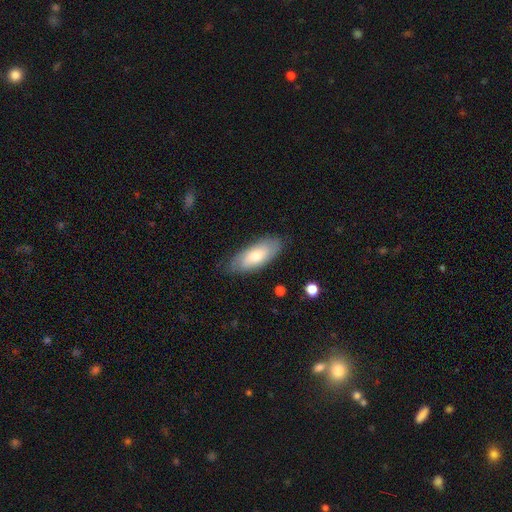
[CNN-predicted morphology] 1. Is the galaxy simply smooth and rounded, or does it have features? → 64% smooth, 30% featured or disk, 6% star or artifact.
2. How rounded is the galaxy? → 81% in between, 17% cigar-shaped, 2% round.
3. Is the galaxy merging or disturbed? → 80% none, 16% minor disturbance, 3% major disturbance, 1% merger.